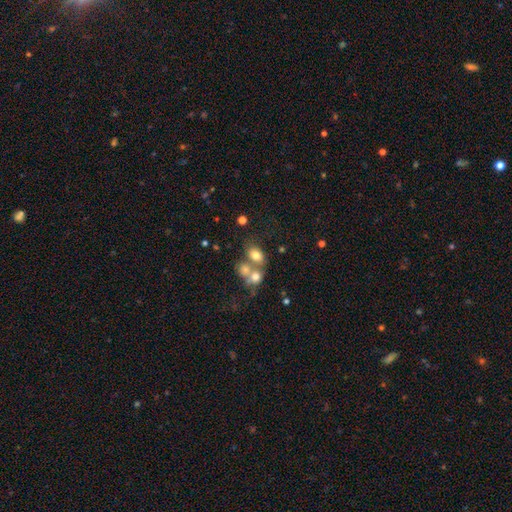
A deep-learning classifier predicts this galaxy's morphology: Q: Smooth or featured?
A: smooth (72%); runner-up: featured or disk (15%)
Q: How rounded?
A: in between (66%); runner-up: round (33%)
Q: Merging?
A: merger (47%); runner-up: none (37%)